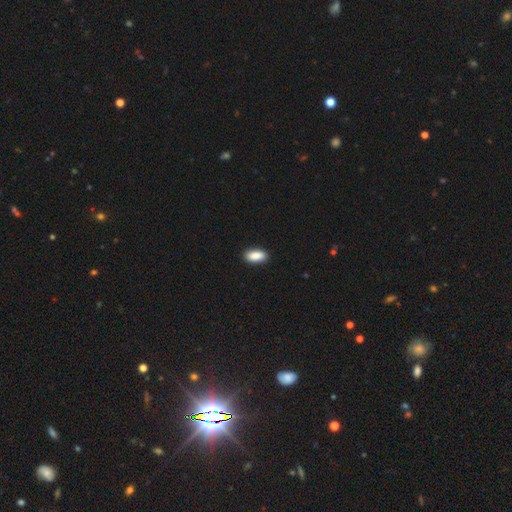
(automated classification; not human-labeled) Smooth or featured?
  - smooth: 89% *
  - star or artifact: 7%
  - featured or disk: 4%
How rounded?
  - in between: 89% *
  - cigar-shaped: 8%
  - round: 3%
Merging?
  - none: 90% *
  - minor disturbance: 8%
  - major disturbance: 2%
  - merger: 1%